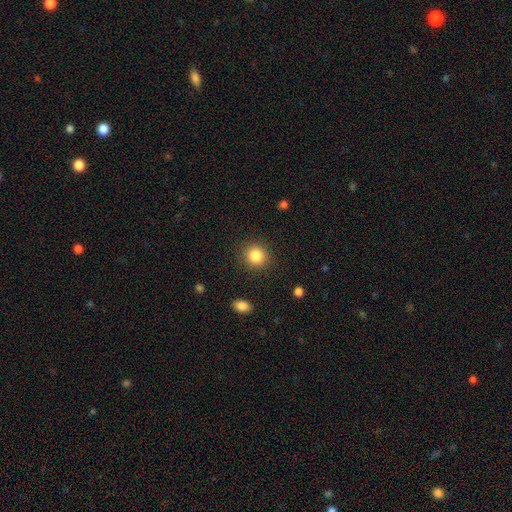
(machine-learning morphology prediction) Smooth or featured? smooth (85%)
How rounded? round (88%)
Merging? none (89%)